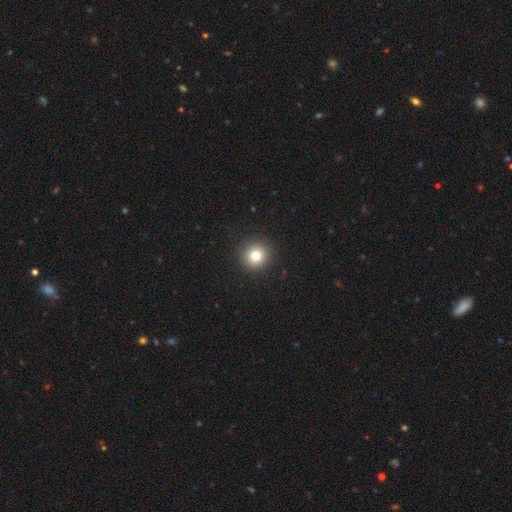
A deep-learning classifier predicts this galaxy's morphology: type=smooth (79%); roundness=round (95%); merging=none (92%).